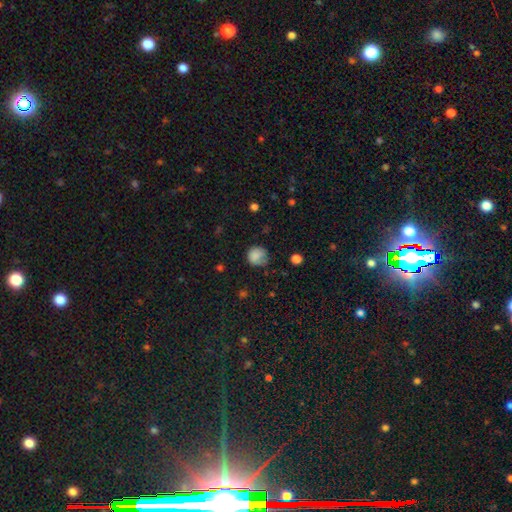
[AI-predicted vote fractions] Smooth or featured: smooth — 83% (star or artifact — 10%)
How rounded: round — 85% (in between — 14%)
Merging: none — 59% (minor disturbance — 29%)